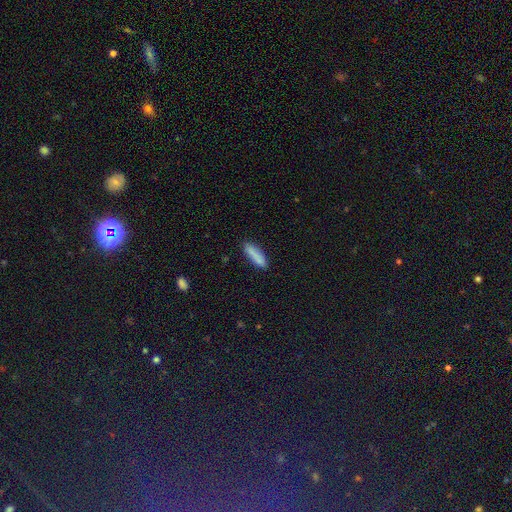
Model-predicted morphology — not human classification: A smooth galaxy with no disk features (86%) that is cigar-shaped (65%). Merging: none (85%).